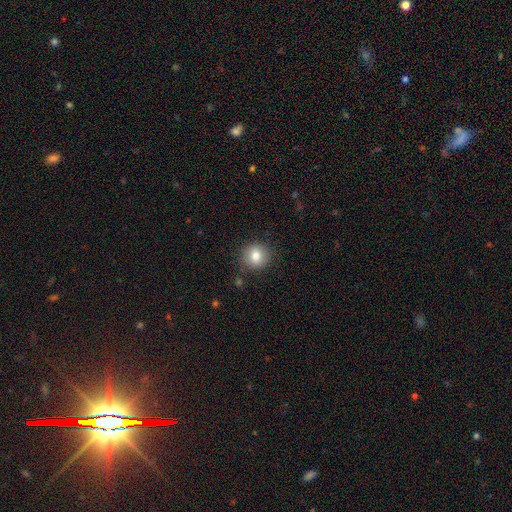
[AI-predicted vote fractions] Smooth or featured?
  - smooth: 80% *
  - featured or disk: 10%
  - star or artifact: 10%
How rounded?
  - round: 88% *
  - in between: 11%
  - cigar-shaped: 1%
Merging?
  - none: 86% *
  - minor disturbance: 10%
  - major disturbance: 3%
  - merger: 2%